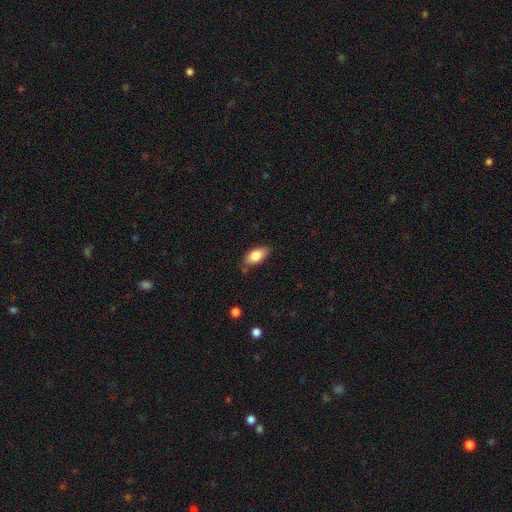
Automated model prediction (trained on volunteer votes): Smooth or featured? smooth (81%)
How rounded? in between (90%)
Merging? none (74%)